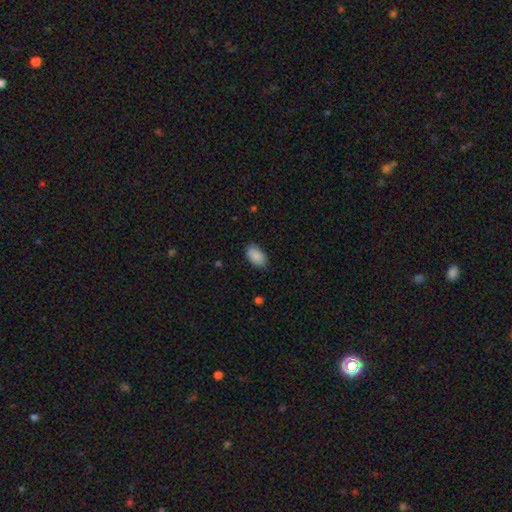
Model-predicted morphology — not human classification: Smooth or featured? Predicted: smooth (p=0.89). How rounded? Predicted: in between (p=0.95). Merging? Predicted: none (p=0.85).